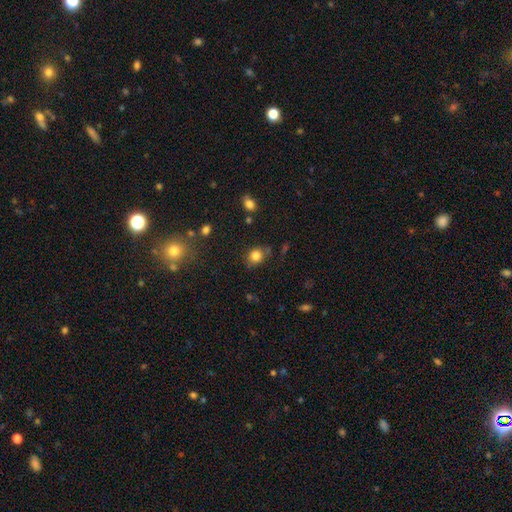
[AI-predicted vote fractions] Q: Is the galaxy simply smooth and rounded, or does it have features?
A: smooth — 82%.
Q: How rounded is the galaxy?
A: round — 69%.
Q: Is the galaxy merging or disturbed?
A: none — 74%.